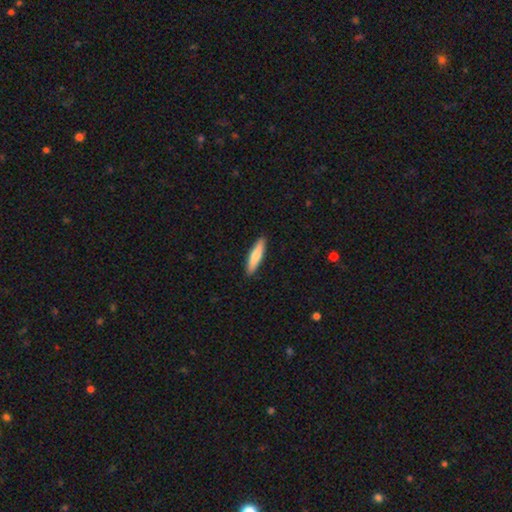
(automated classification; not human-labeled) This appears to be a smooth galaxy with no disk features (76%) that is cigar-shaped (84%). Merging: none (91%).